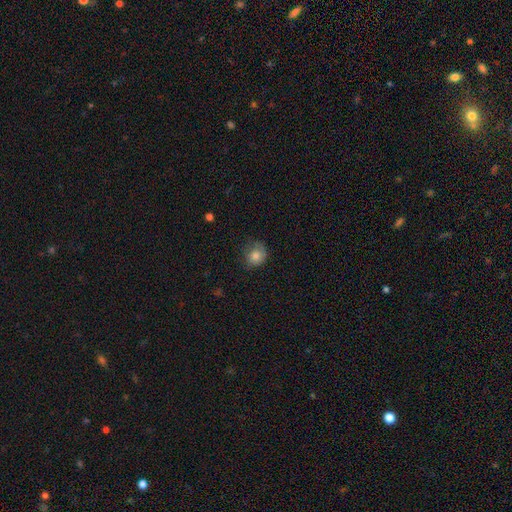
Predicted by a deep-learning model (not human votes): Morphology: type=smooth (81%); roundness=round (75%); merging=none (60%).